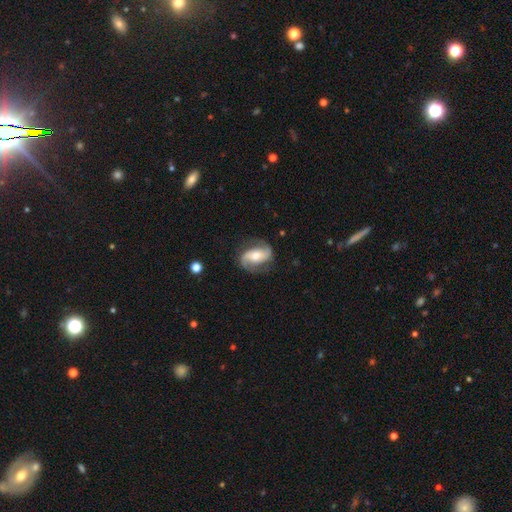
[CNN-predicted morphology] The model was most divided on "bar": no: 36%, weak: 34%, strong: 31%. Remaining: edge-on disk — no (97%); spiral arms — yes (95%); spiral arm count — 2 (91%); smooth or featured — featured or disk (84%); merging — none (77%); bulge size — moderate (64%); spiral winding — medium (45%).